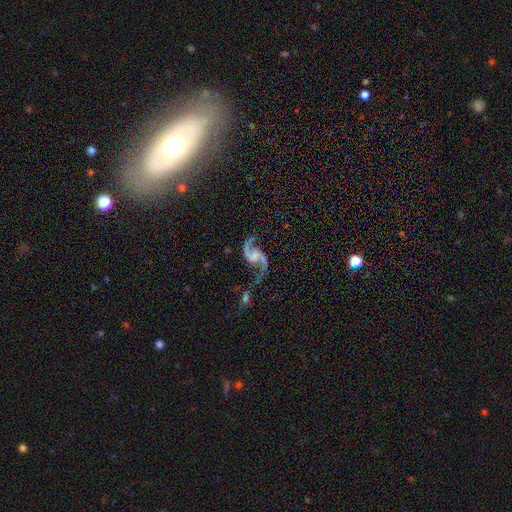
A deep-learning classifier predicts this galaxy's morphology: Smooth or featured?
  - featured or disk: 90% *
  - star or artifact: 6%
  - smooth: 5%
Edge-on disk?
  - no: 98% *
  - yes: 2%
Bar?
  - no: 52% *
  - weak: 36%
  - strong: 12%
Spiral arms?
  - yes: 97% *
  - no: 3%
Spiral winding?
  - loose: 75% *
  - medium: 21%
  - tight: 4%
Spiral arm count?
  - 2: 93% *
  - 1: 3%
  - can't tell: 1%
  - 3: 1%
  - 4: 1%
  - more than 4: 1%
Bulge size?
  - none: 62% *
  - small: 19%
  - moderate: 12%
  - large: 5%
  - dominant: 2%
Merging?
  - none: 50% *
  - merger: 17%
  - major disturbance: 16%
  - minor disturbance: 16%